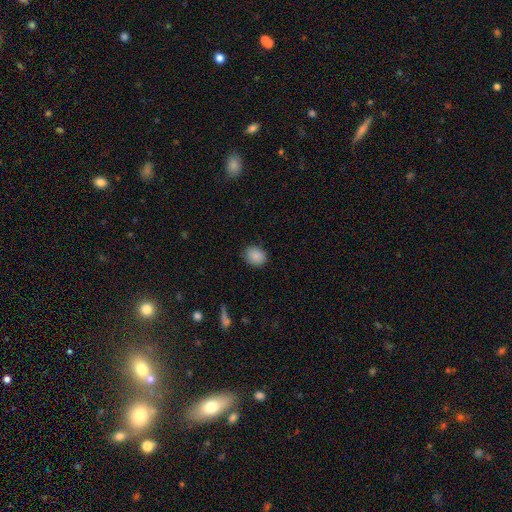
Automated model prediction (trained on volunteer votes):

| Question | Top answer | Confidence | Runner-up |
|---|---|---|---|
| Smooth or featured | smooth | 87% | star or artifact (9%) |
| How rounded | round | 62% | in between (37%) |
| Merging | none | 84% | minor disturbance (12%) |